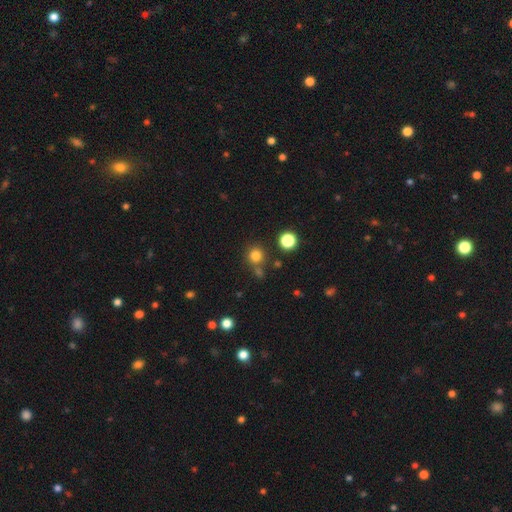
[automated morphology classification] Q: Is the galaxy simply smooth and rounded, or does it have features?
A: smooth — 79%.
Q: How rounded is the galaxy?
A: round — 92%.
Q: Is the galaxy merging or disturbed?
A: none — 75%.